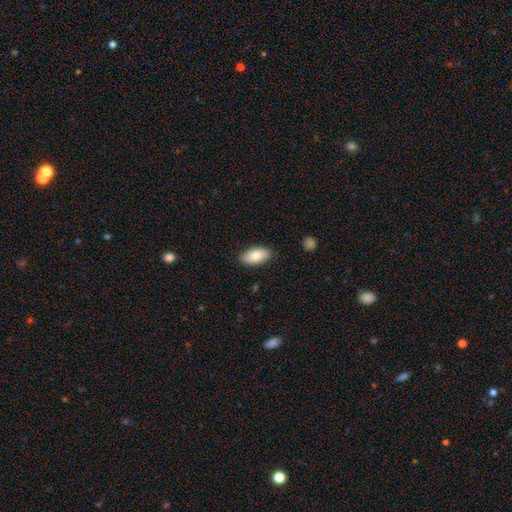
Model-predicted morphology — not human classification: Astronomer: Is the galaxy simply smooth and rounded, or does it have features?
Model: smooth — 81%.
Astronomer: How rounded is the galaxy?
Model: in between — 94%.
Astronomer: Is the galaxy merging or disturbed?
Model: none — 86%.